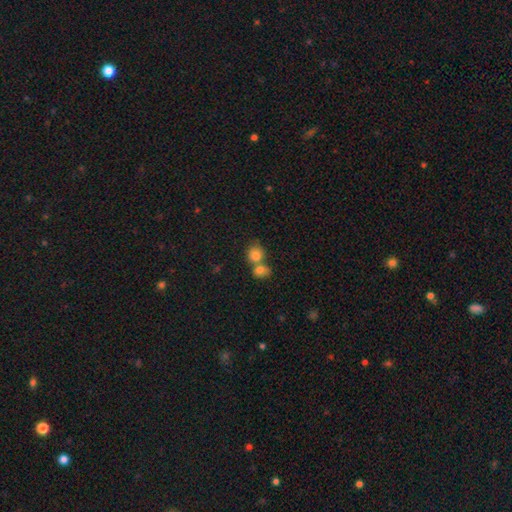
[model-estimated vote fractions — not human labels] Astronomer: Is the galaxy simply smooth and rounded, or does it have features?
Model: smooth — 82%.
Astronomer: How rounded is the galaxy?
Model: round — 73%.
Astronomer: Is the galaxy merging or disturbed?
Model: merger — 53% (runner-up: none, 36%).